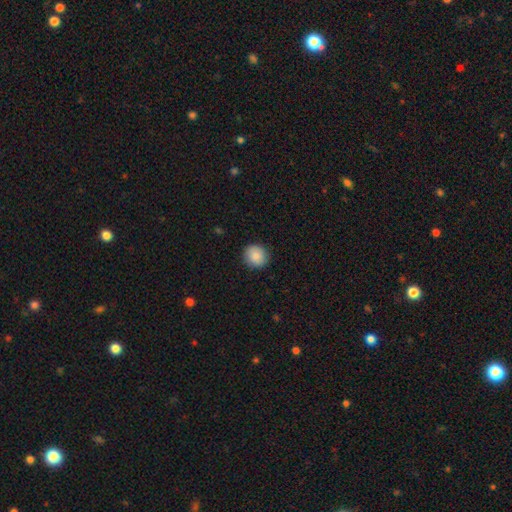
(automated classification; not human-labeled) This is clearly a smooth galaxy (87%). How rounded: clearly round (89%). Merging: clearly none (90%).